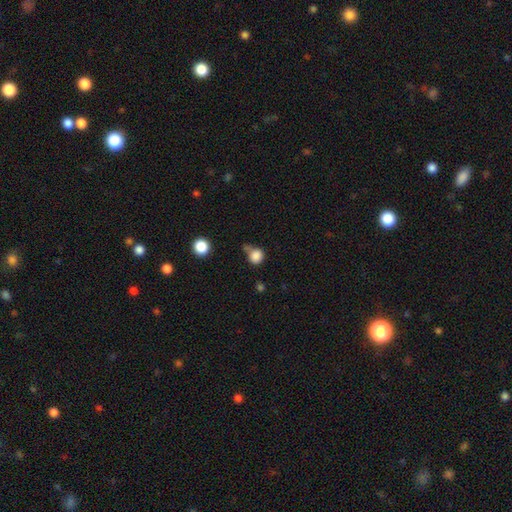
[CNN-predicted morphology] This is clearly a smooth galaxy (84%). How rounded: clearly round (85%). Merging: possibly none (56%).